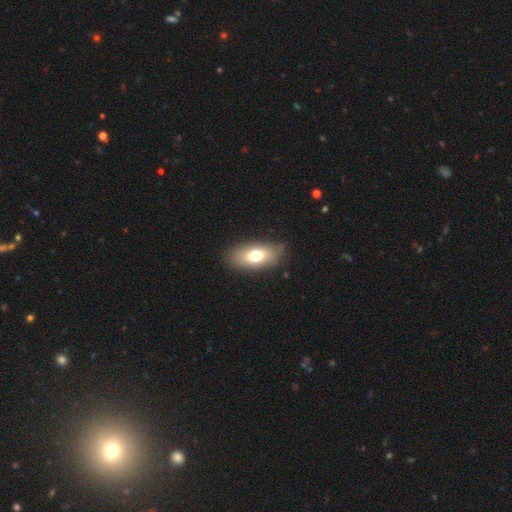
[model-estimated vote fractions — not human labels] Overall: smooth (71%). How rounded: in between (88%). Merging: none (80%).